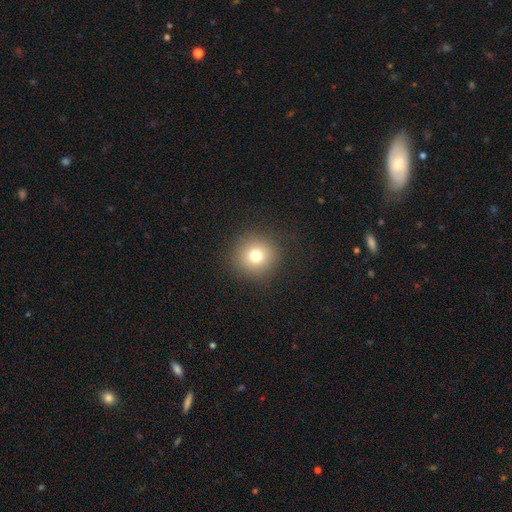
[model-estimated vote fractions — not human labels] A smooth galaxy with no disk features (76%) that is round (93%). Merging: none (90%).